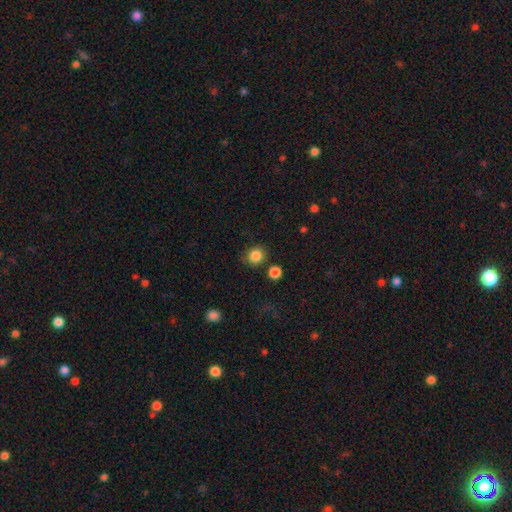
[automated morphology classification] smooth_or_featured: smooth (p=0.85) [alt: star or artifact p=0.11]
how_rounded: round (p=0.86) [alt: in between p=0.13]
merging: none (p=0.79) [alt: minor disturbance p=0.12]